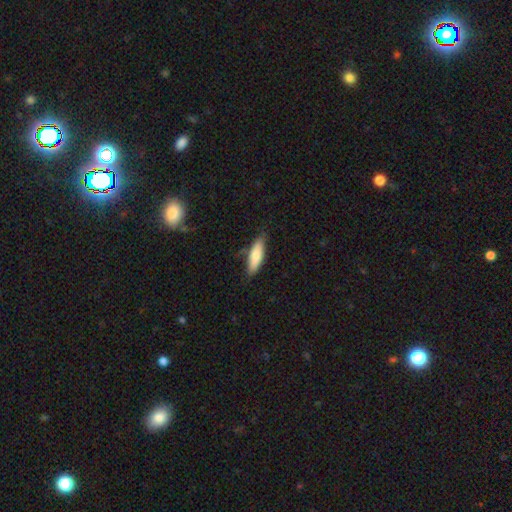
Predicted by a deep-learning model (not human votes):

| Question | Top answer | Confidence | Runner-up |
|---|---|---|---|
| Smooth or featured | smooth | 77% | featured or disk (17%) |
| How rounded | in between | 51% | cigar-shaped (47%) |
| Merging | none | 72% | minor disturbance (21%) |